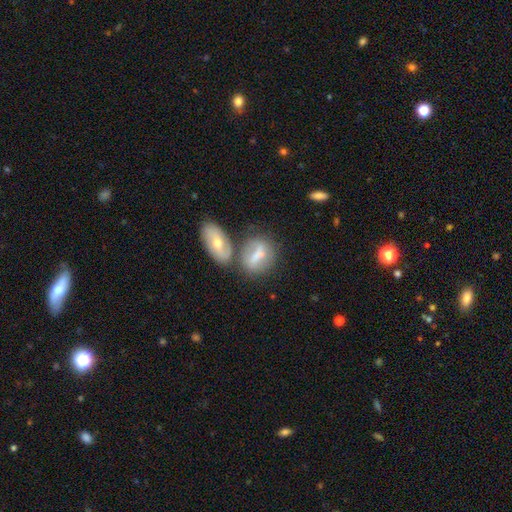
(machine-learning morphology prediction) This is possibly a smooth galaxy (53%). How rounded: likely in between (67%). Merging: marginally none (42%).